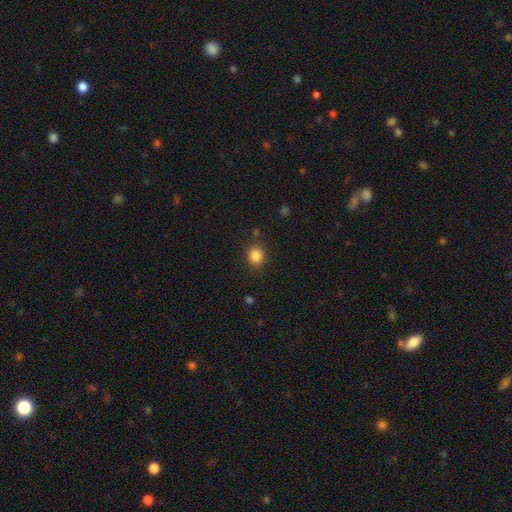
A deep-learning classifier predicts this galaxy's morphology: Smooth or featured? smooth (85%)
How rounded? round (74%)
Merging? none (86%)